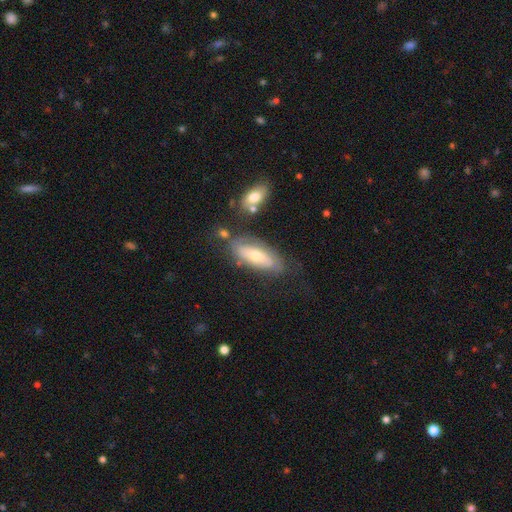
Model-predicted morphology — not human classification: Q: Smooth or featured?
A: featured or disk (51%); runner-up: smooth (41%)
Q: Edge-on disk?
A: no (66%); runner-up: yes (34%)
Q: Merging?
A: none (65%); runner-up: minor disturbance (20%)